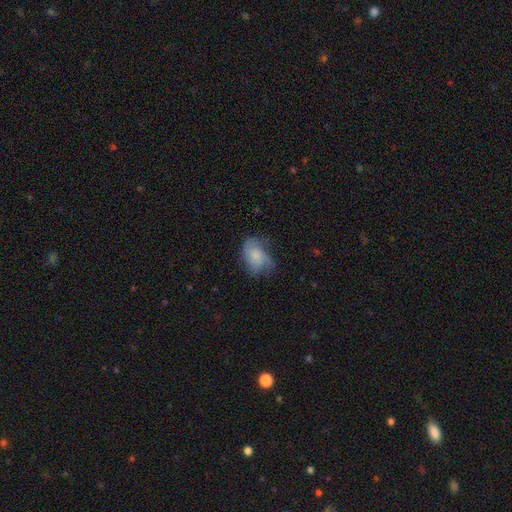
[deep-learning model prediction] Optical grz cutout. It shows a smooth galaxy with no disk features (59%) that is in between round and cigar-shaped (81%). Merging: none (44%).